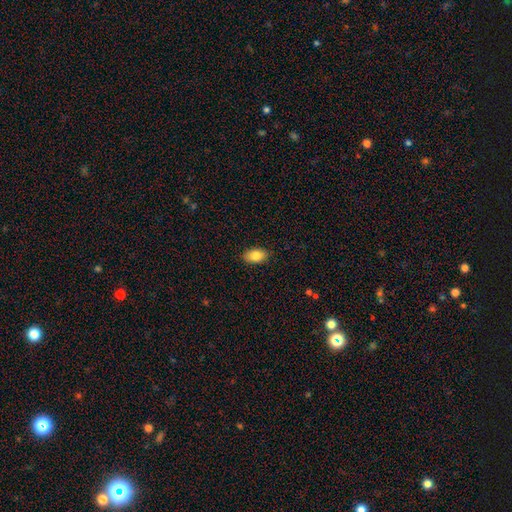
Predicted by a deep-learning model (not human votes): Q: Smooth or featured?
A: smooth (85%); runner-up: star or artifact (8%)
Q: How rounded?
A: in between (91%); runner-up: round (7%)
Q: Merging?
A: none (88%); runner-up: minor disturbance (9%)